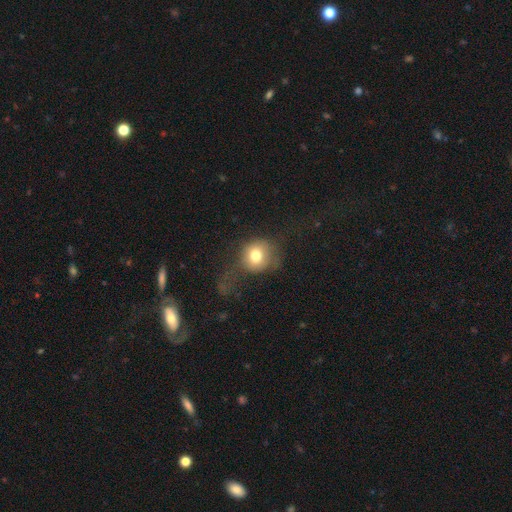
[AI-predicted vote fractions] The model was most divided on "merging": none: 42%, major disturbance: 34%, minor disturbance: 22%, merger: 2%. More confident: how rounded — round (83%); smooth or featured — smooth (74%).